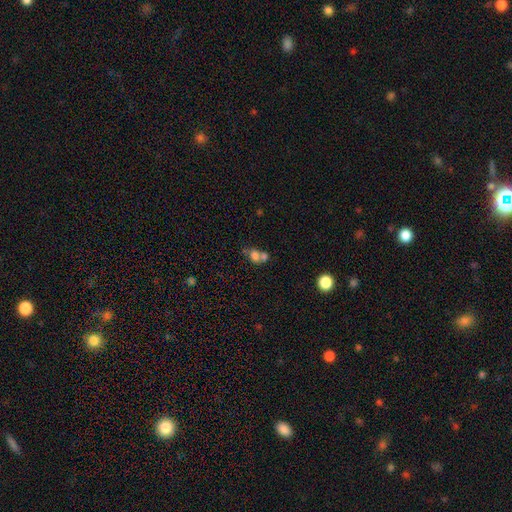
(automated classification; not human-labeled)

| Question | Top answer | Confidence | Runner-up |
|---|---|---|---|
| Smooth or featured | smooth | 70% | featured or disk (17%) |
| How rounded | in between | 56% | round (42%) |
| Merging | merger | 63% | none (24%) |